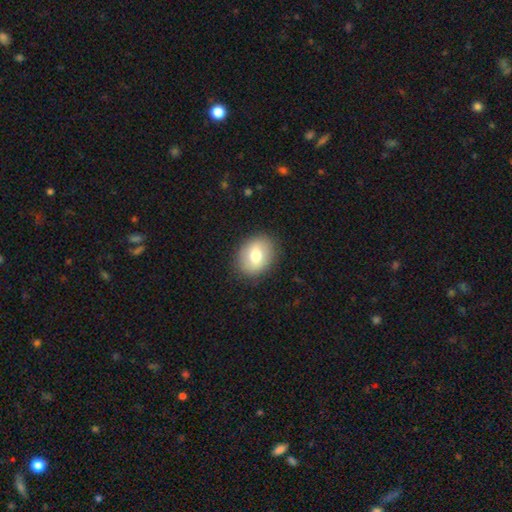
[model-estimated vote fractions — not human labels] Smooth or featured?
  - smooth: 72% *
  - featured or disk: 20%
  - star or artifact: 8%
How rounded?
  - in between: 58% *
  - round: 41%
  - cigar-shaped: 1%
Merging?
  - none: 87% *
  - minor disturbance: 9%
  - major disturbance: 3%
  - merger: 1%